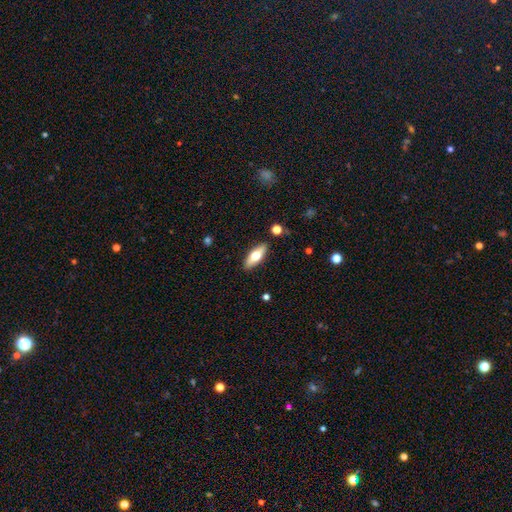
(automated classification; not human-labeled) Q: Smooth or featured?
A: smooth (58%); runner-up: featured or disk (36%)
Q: How rounded?
A: in between (65%); runner-up: cigar-shaped (32%)
Q: Merging?
A: none (89%); runner-up: minor disturbance (8%)